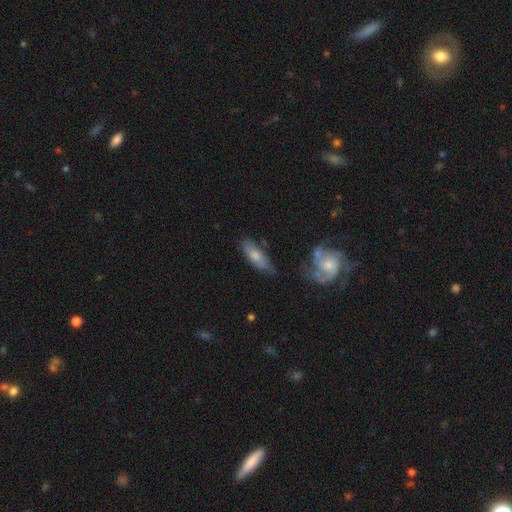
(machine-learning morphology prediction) This appears to be a smooth galaxy with no disk features (70%) that is in between round and cigar-shaped (62%). Merging: none (68%).